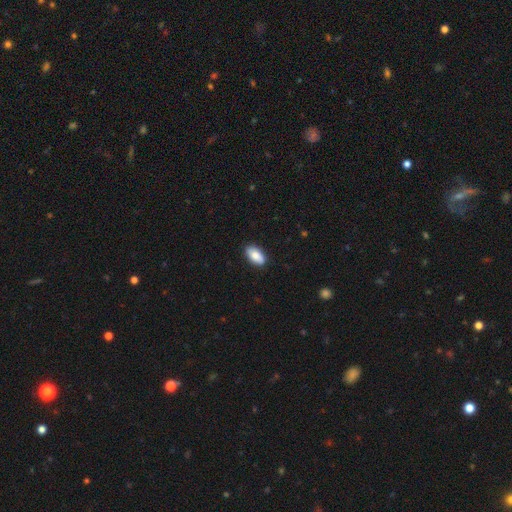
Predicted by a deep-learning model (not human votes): Smooth or featured: smooth — 84% (featured or disk — 10%)
How rounded: in between — 93% (cigar-shaped — 4%)
Merging: none — 88% (minor disturbance — 10%)